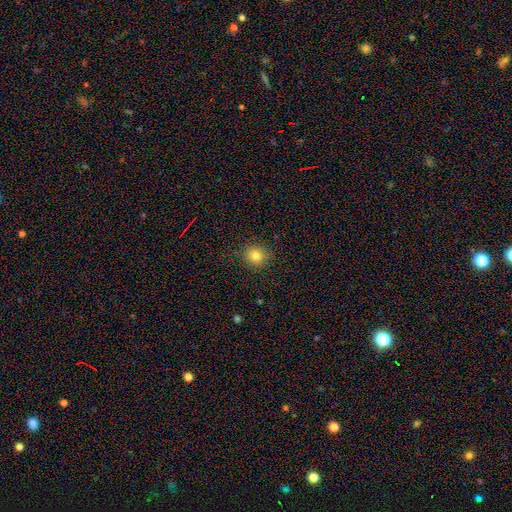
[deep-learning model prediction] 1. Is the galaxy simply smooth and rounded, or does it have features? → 80% smooth, 13% star or artifact, 7% featured or disk.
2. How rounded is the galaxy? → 86% round, 13% in between, 1% cigar-shaped.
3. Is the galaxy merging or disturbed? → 89% none, 7% minor disturbance, 2% major disturbance, 1% merger.